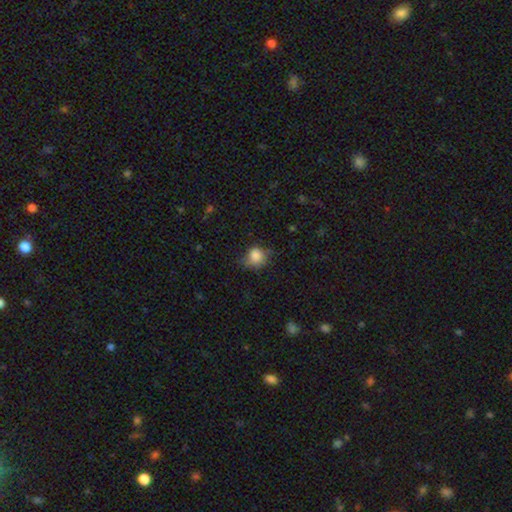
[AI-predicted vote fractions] Smooth or featured? smooth (83%)
How rounded? round (78%)
Merging? none (53%)